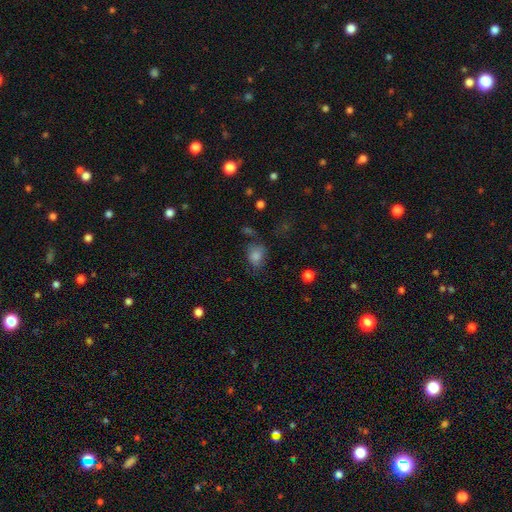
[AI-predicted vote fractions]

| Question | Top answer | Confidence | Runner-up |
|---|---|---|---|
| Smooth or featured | smooth | 69% | star or artifact (19%) |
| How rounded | in between | 57% | round (41%) |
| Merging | none | 60% | minor disturbance (23%) |